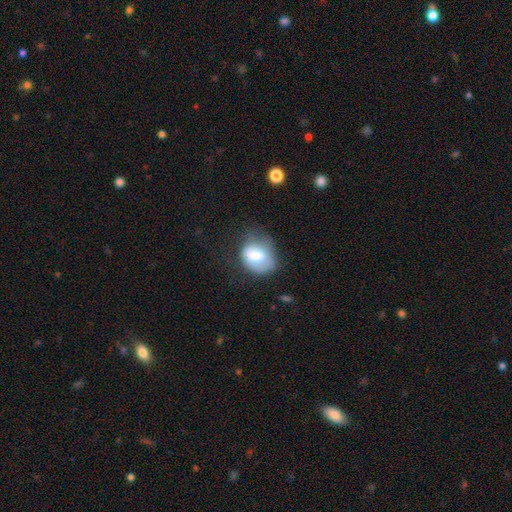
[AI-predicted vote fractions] Q: Smooth or featured?
A: smooth (66%); runner-up: featured or disk (26%)
Q: How rounded?
A: in between (50%); runner-up: round (49%)
Q: Merging?
A: none (37%); runner-up: minor disturbance (35%)